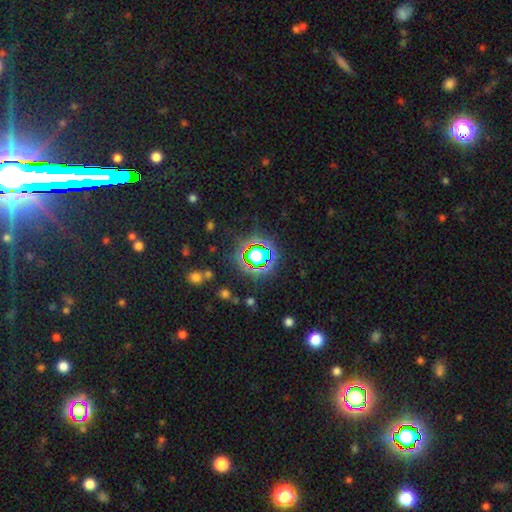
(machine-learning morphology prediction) This is likely a star or artifact rather than a galaxy (63%).